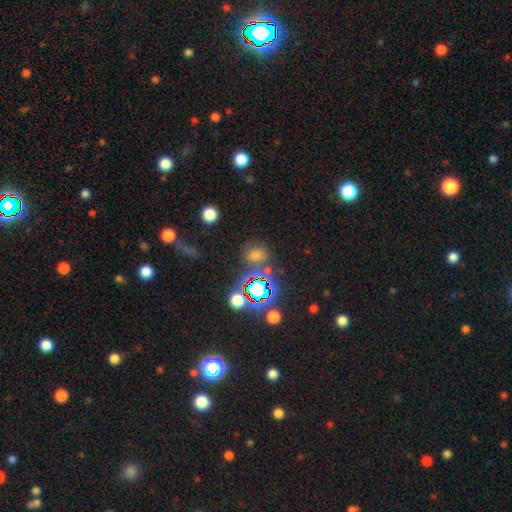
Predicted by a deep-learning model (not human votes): smooth 47%, star or artifact 42%, featured or disk 11%. Down the decision tree: merging — none (64%).